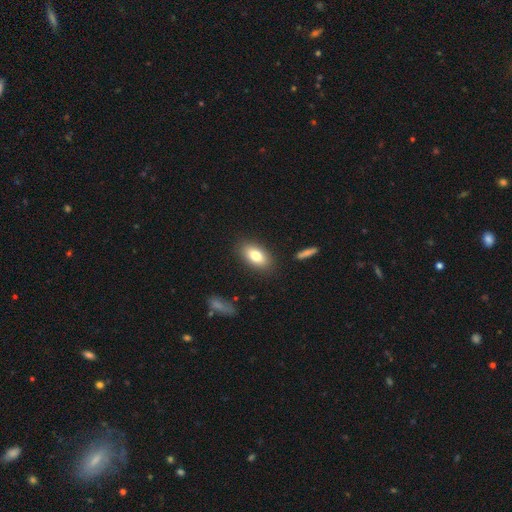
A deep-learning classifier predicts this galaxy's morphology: A smooth galaxy with no disk features (79%) that is in between round and cigar-shaped (90%).

Vote fractions:
- Smooth or featured? smooth: 79% / featured or disk: 13% / star or artifact: 8%
- How rounded? in between: 90% / round: 6% / cigar-shaped: 5%
- Merging? none: 86% / minor disturbance: 10% / major disturbance: 3% / merger: 2%